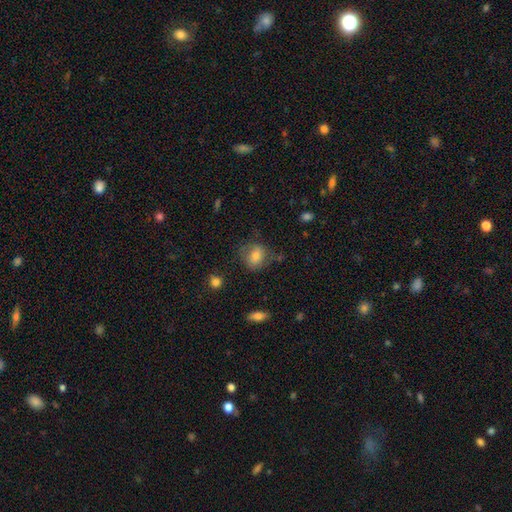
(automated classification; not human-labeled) Morphology: type=smooth (67%); roundness=round (52%); merging=none (64%).